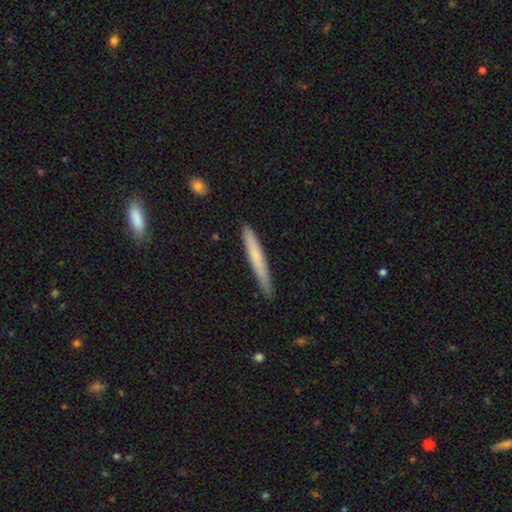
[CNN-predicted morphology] A smooth galaxy with no disk features (64%) that is cigar-shaped (96%).

Vote fractions:
- Smooth or featured? smooth: 64% / featured or disk: 30% / star or artifact: 6%
- How rounded? cigar-shaped: 96% / in between: 2% / round: 1%
- Merging? none: 86% / minor disturbance: 11% / major disturbance: 2% / merger: 1%